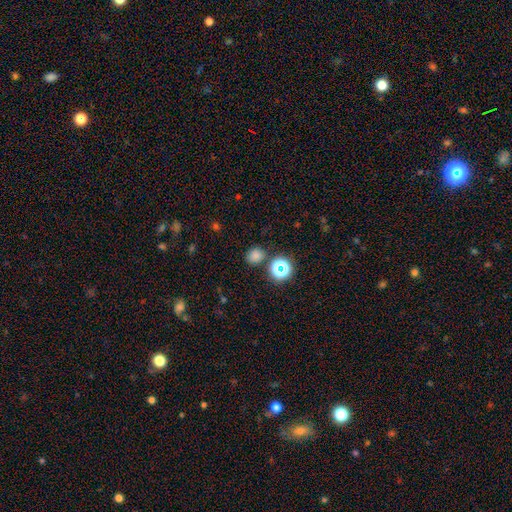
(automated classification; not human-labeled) Q: Smooth or featured?
A: smooth (72%); runner-up: star or artifact (22%)
Q: How rounded?
A: round (70%); runner-up: in between (29%)
Q: Merging?
A: none (80%); runner-up: minor disturbance (10%)